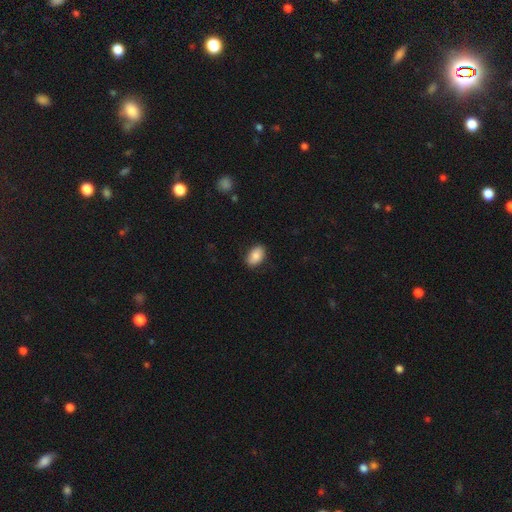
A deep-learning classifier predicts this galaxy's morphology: A smooth galaxy with no disk features (84%) that is in between round and cigar-shaped (90%).

Vote fractions:
- Smooth or featured? smooth: 84% / featured or disk: 9% / star or artifact: 7%
- How rounded? in between: 90% / round: 9% / cigar-shaped: 1%
- Merging? none: 84% / minor disturbance: 13% / major disturbance: 3% / merger: 1%